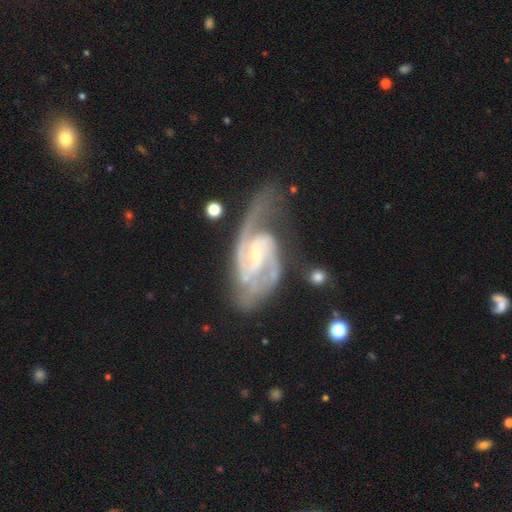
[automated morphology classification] A featured or disk galaxy (92%) with a weak bar (51%), 2 (72%) medium (54%) spiral arms (98%) and a small central bulge (69%). Merging: none (54%).